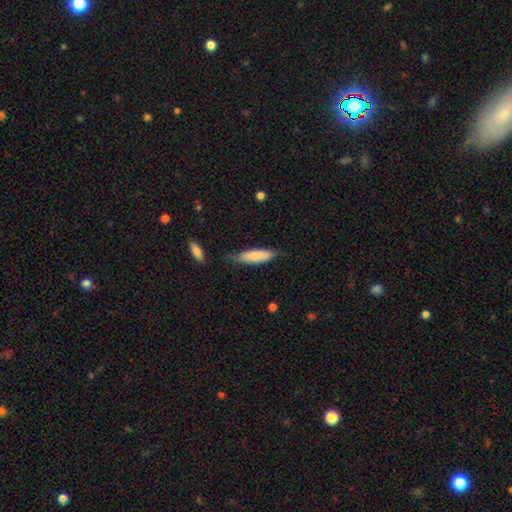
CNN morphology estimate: type=smooth (78%); roundness=cigar-shaped (58%); merging=none (61%).